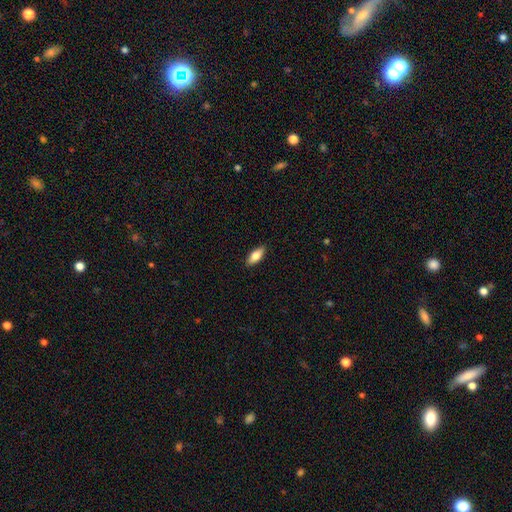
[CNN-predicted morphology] This is likely a smooth galaxy (74%). How rounded: likely in between (78%). Merging: clearly none (90%).